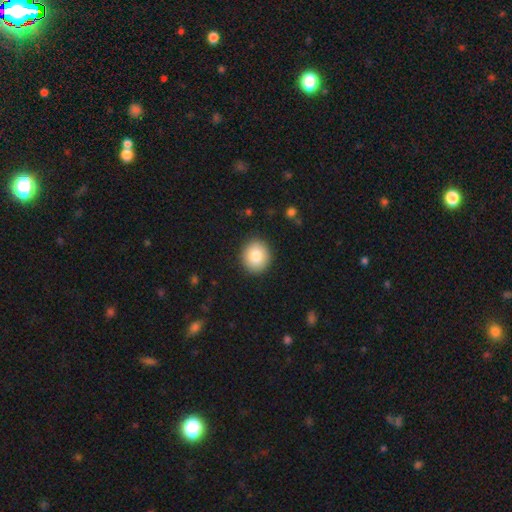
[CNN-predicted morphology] Smooth or featured? smooth (83%)
How rounded? round (82%)
Merging? none (90%)